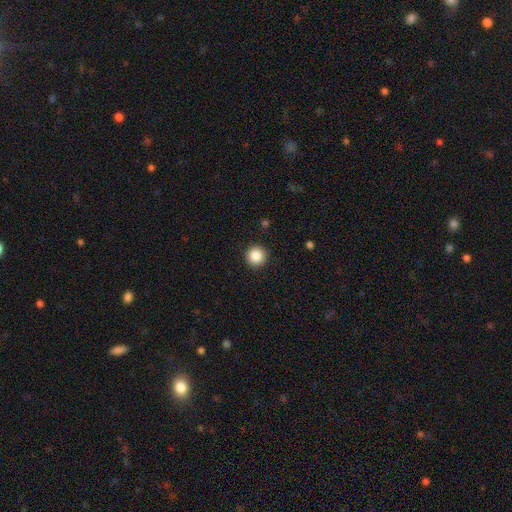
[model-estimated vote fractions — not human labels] A smooth galaxy with no disk features (86%) that is round (96%).

Vote fractions:
- Smooth or featured? smooth: 86% / star or artifact: 9% / featured or disk: 4%
- How rounded? round: 96% / in between: 3% / cigar-shaped: 1%
- Merging? none: 92% / minor disturbance: 5% / major disturbance: 2% / merger: 1%